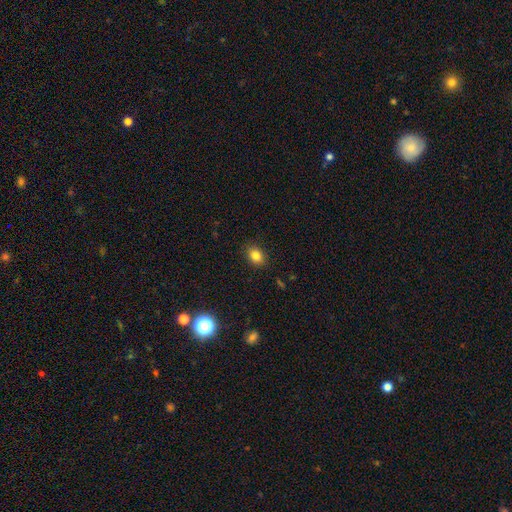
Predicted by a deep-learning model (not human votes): Smooth or featured?
  - smooth: 82% *
  - star or artifact: 11%
  - featured or disk: 7%
How rounded?
  - in between: 63% *
  - round: 35%
  - cigar-shaped: 1%
Merging?
  - none: 88% *
  - minor disturbance: 9%
  - major disturbance: 2%
  - merger: 1%